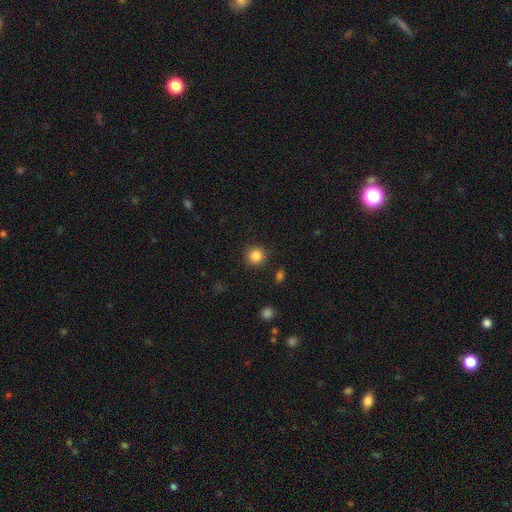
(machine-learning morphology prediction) A smooth galaxy with no disk features (85%) that is round (93%). Merging: none (88%).